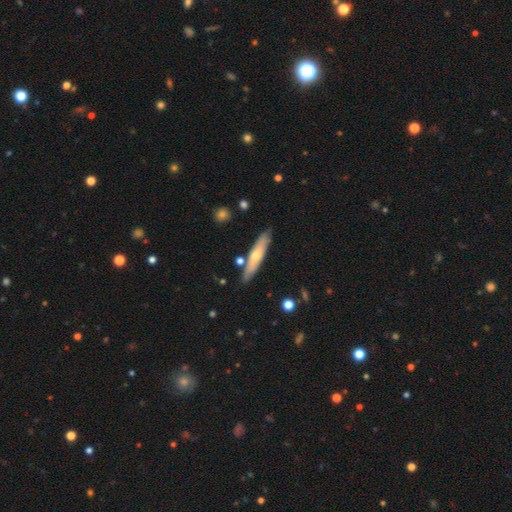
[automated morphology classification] Smooth or featured? Predicted: featured or disk (p=0.50). Merging? Predicted: none (p=0.84).